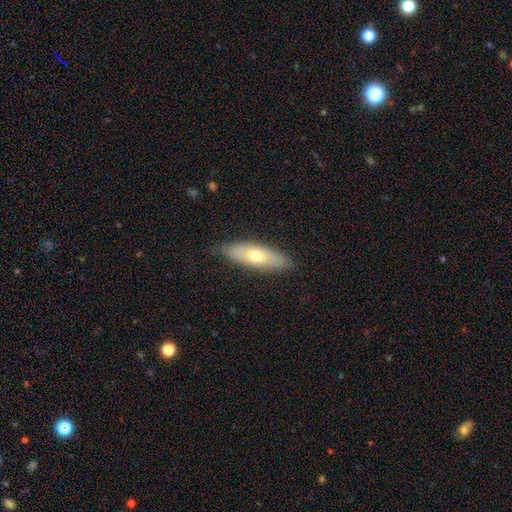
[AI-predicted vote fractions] Morphology: type=smooth (58%); roundness=in between (58%); merging=none (84%).